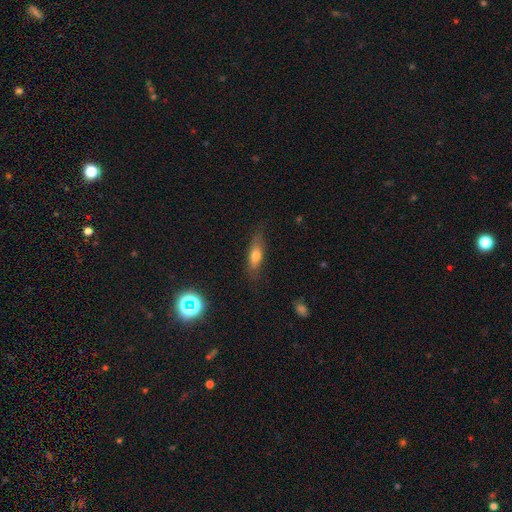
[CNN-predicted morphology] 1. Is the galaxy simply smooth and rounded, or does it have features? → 67% smooth, 24% featured or disk, 9% star or artifact.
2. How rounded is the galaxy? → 55% in between, 41% cigar-shaped, 4% round.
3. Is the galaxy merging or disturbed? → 77% none, 17% minor disturbance, 5% major disturbance, 2% merger.